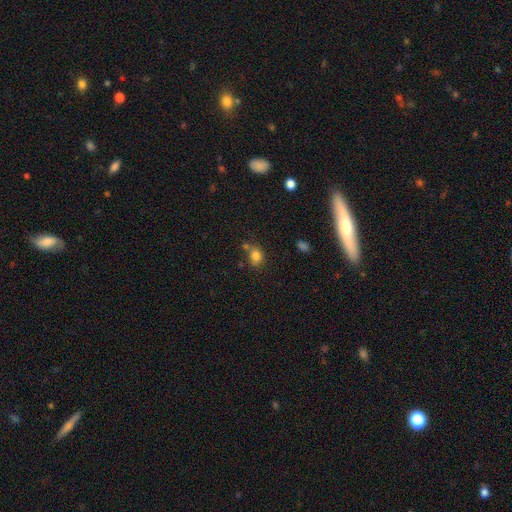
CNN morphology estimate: smooth 81%, star or artifact 12%, featured or disk 7%. Down the decision tree: how rounded — round (52%); merging — none (60%).